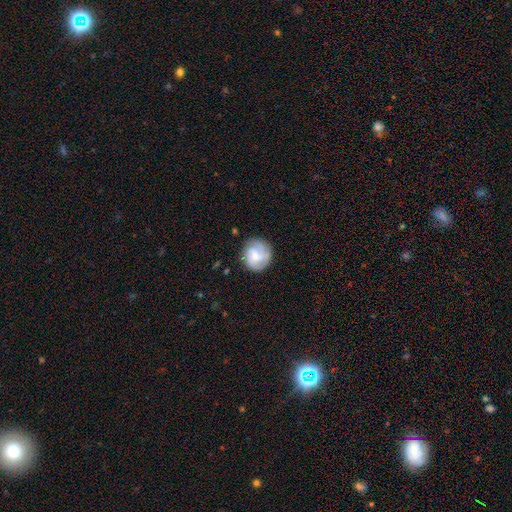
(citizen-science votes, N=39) Q: Smooth or featured?
A: featured or disk (64%); runner-up: smooth (33%)
Q: Edge-on disk?
A: no (100%)
Q: Bar?
A: weak (60%); runner-up: no (36%)
Q: Spiral arms?
A: yes (80%); runner-up: no (20%)
Q: Spiral winding?
A: tight (45%); runner-up: medium (30%)
Q: Spiral arm count?
A: 2 (40%); runner-up: 3 (25%)
Q: Bulge size?
A: small (48%); runner-up: moderate (44%)
Q: Merging?
A: none (58%); runner-up: minor disturbance (26%)